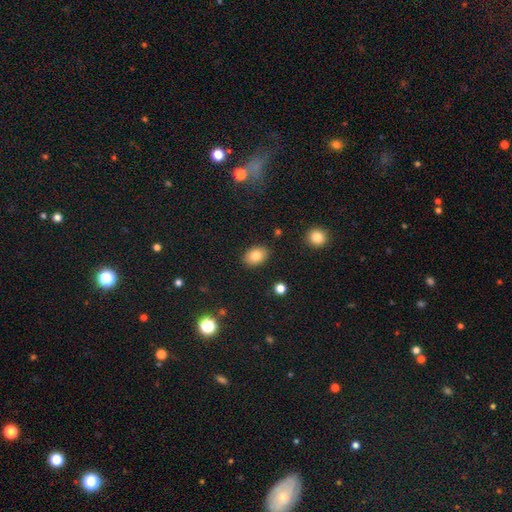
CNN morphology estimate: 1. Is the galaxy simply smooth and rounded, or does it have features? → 81% smooth, 10% featured or disk, 9% star or artifact.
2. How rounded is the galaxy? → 76% in between, 23% round, 1% cigar-shaped.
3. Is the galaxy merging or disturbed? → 87% none, 9% minor disturbance, 2% major disturbance, 2% merger.